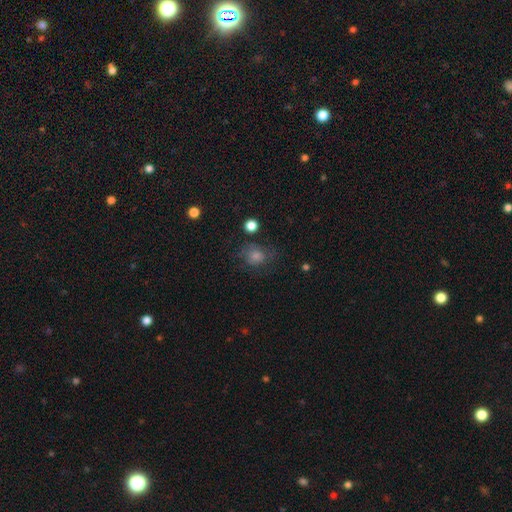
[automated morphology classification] smooth-or-featured: smooth: 58% | star or artifact: 24% | featured or disk: 18%
  how-rounded: round: 71% | in between: 28% | cigar-shaped: 1%
  merging: none: 67% | minor disturbance: 19% | major disturbance: 12% | merger: 3%